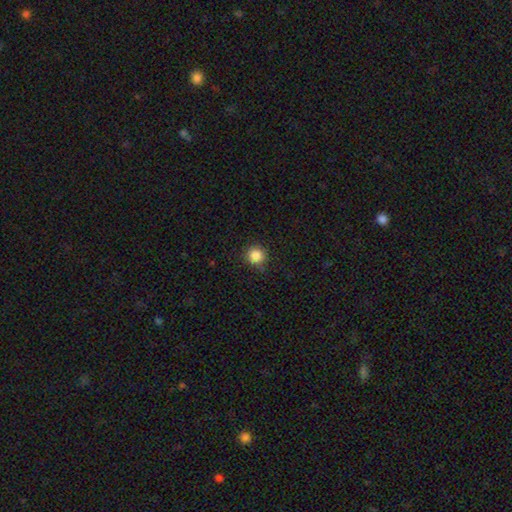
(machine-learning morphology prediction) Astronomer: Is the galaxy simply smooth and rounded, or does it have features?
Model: smooth — 86%.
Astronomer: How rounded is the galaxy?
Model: round — 94%.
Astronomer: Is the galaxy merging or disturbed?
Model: none — 85%.